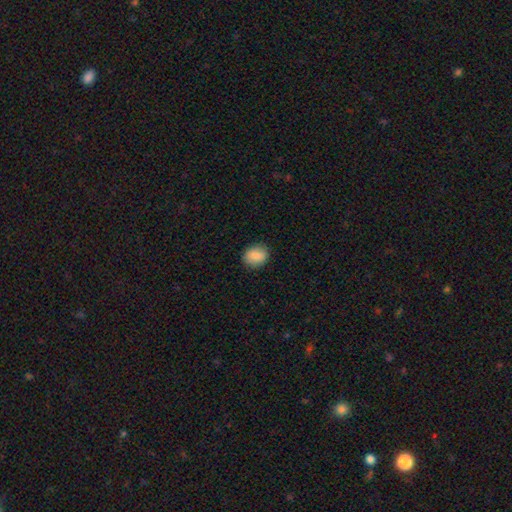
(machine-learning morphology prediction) Q: Smooth or featured?
A: smooth (86%); runner-up: star or artifact (8%)
Q: How rounded?
A: round (52%); runner-up: in between (47%)
Q: Merging?
A: none (87%); runner-up: minor disturbance (9%)